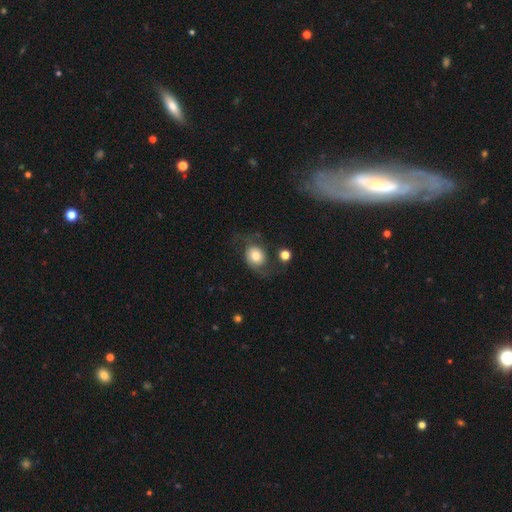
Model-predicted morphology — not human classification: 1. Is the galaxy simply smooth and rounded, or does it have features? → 65% smooth, 27% featured or disk, 9% star or artifact.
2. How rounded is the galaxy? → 65% round, 34% in between, 1% cigar-shaped.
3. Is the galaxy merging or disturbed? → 55% none, 21% minor disturbance, 19% major disturbance, 5% merger.